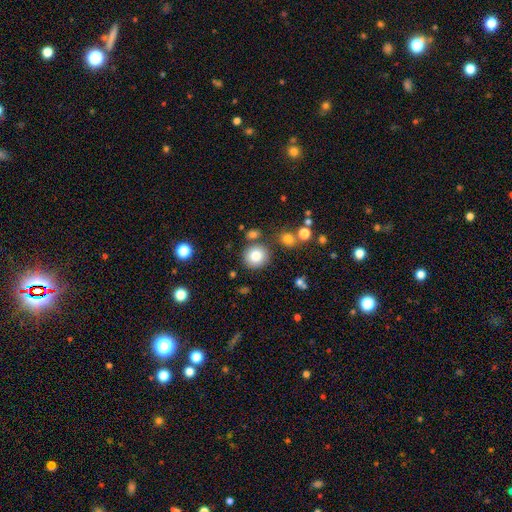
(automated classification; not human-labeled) Smooth or featured? Predicted: smooth (p=0.83). How rounded? Predicted: round (p=0.89). Merging? Predicted: none (p=0.80).